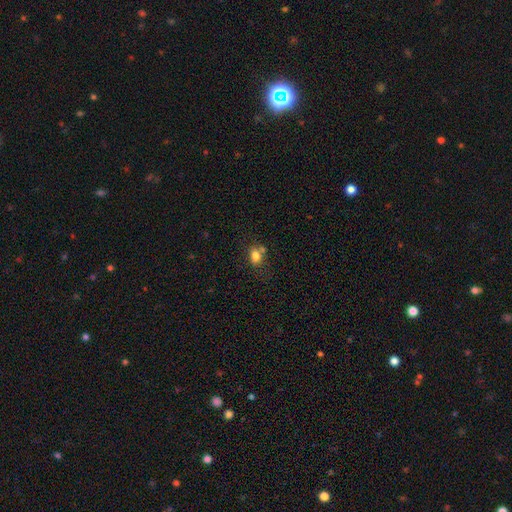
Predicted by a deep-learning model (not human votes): Morphology: type=smooth (80%); roundness=in between (67%); merging=none (55%).